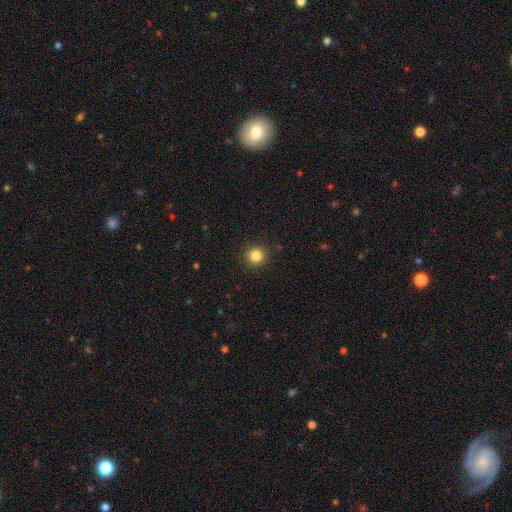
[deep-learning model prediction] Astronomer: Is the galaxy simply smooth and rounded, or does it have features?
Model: smooth — 84%.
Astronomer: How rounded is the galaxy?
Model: round — 94%.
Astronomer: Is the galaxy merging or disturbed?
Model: none — 91%.